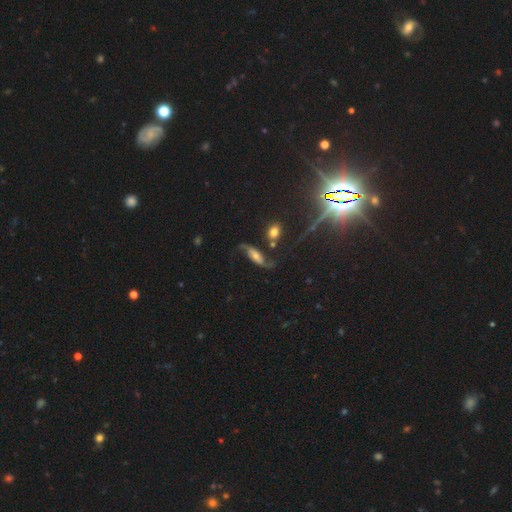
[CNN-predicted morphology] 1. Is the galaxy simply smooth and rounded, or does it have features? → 75% featured or disk, 16% smooth, 9% star or artifact.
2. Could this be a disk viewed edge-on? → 88% no, 12% yes.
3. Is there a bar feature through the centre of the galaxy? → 50% no, 31% weak, 19% strong.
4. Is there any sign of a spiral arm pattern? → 93% yes, 7% no.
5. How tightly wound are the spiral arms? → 79% loose, 15% medium, 6% tight.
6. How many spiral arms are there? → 91% 2, 3% 1, 3% can't tell, 1% 3, 1% 4, 1% more than 4.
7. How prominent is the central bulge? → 46% moderate, 39% small, 8% large, 5% none, 2% dominant.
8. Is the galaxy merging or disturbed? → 65% none, 18% minor disturbance, 11% major disturbance, 6% merger.